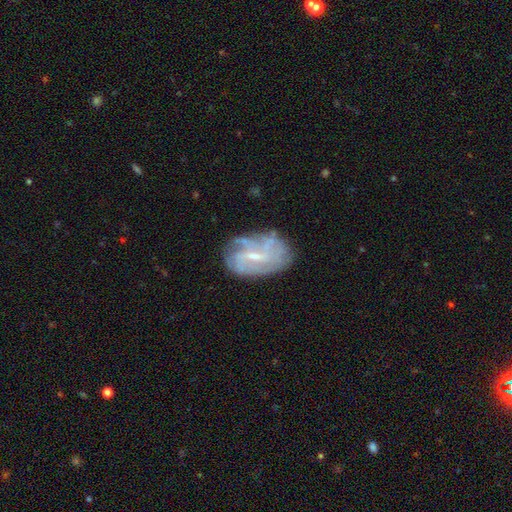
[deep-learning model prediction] Smooth or featured? Predicted: featured or disk (p=0.73). Edge-on disk? Predicted: no (p=0.96). Bar? Predicted: weak (p=0.55). Spiral arms? Predicted: yes (p=0.79). Spiral winding? Predicted: medium (p=0.36, tied with tight). Spiral arm count? Predicted: can't tell (p=0.45). Bulge size? Predicted: small (p=0.62). Merging? Predicted: none (p=0.60).